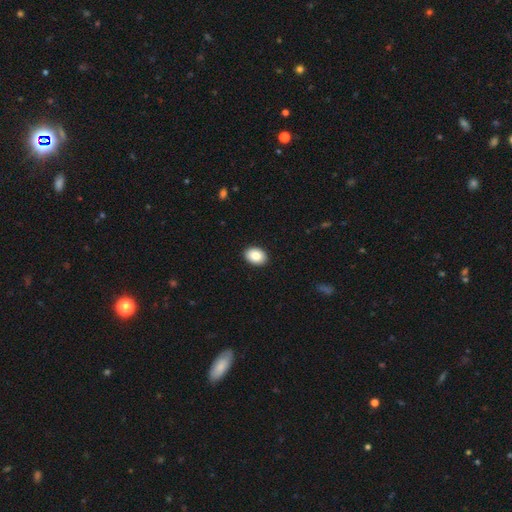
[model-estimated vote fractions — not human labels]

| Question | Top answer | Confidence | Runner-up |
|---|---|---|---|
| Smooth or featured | smooth | 85% | featured or disk (8%) |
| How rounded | in between | 72% | round (27%) |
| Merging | none | 92% | minor disturbance (6%) |